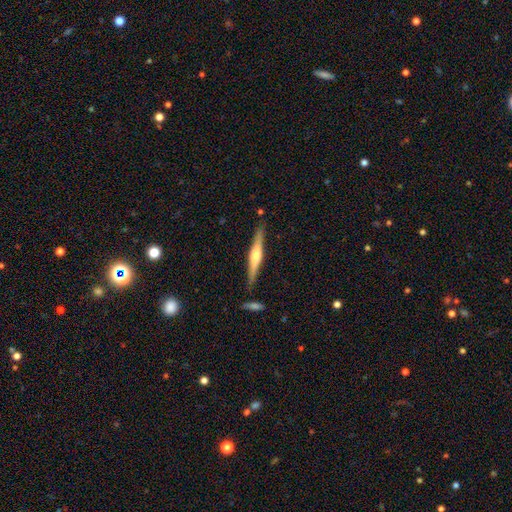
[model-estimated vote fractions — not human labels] Morphology: type=featured or disk (67%); edge-on=yes (97%); edge-on bulge=rounded (85%); merging=none (85%).